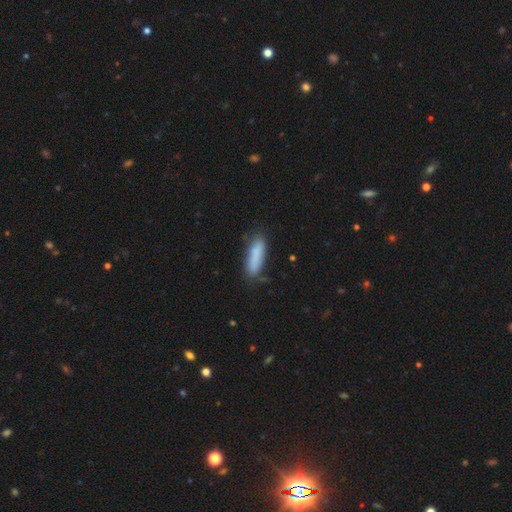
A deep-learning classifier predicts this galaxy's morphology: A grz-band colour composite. It shows a smooth galaxy with no disk features (84%) that is cigar-shaped (58%). Merging: none (74%).